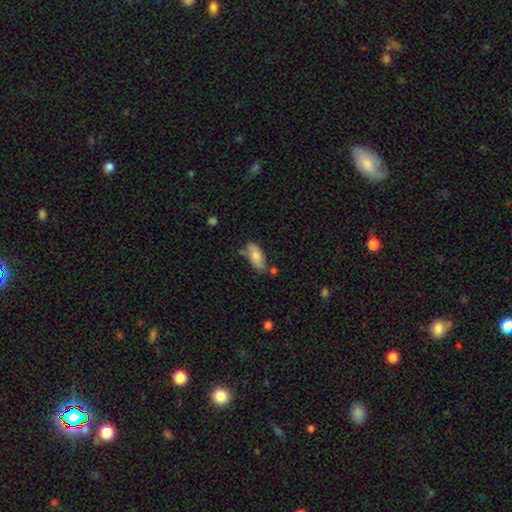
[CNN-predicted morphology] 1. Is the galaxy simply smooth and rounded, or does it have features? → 72% smooth, 21% featured or disk, 7% star or artifact.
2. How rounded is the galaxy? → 86% in between, 12% cigar-shaped, 3% round.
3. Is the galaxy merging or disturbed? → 57% none, 28% minor disturbance, 8% merger, 7% major disturbance.